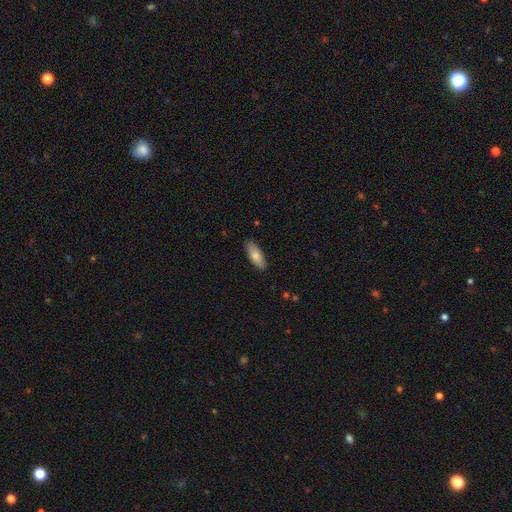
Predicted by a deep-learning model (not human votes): Smooth or featured?
  - smooth: 78% *
  - featured or disk: 16%
  - star or artifact: 6%
How rounded?
  - in between: 69% *
  - cigar-shaped: 29%
  - round: 2%
Merging?
  - none: 86% *
  - minor disturbance: 11%
  - major disturbance: 2%
  - merger: 1%